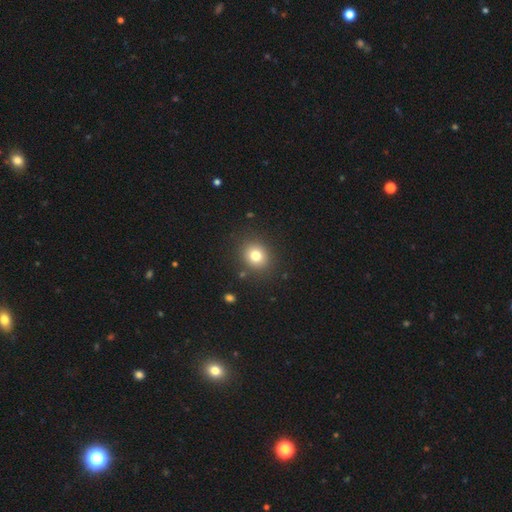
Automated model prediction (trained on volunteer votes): smooth_or_featured: smooth (p=0.79) [alt: star or artifact p=0.12]
how_rounded: round (p=0.76) [alt: in between p=0.23]
merging: none (p=0.88) [alt: minor disturbance p=0.07]